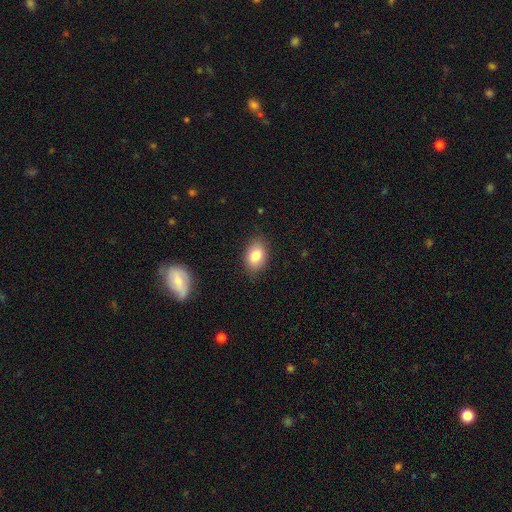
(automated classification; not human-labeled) A smooth galaxy with no disk features (82%) that is in between round and cigar-shaped (83%). Merging: none (83%).